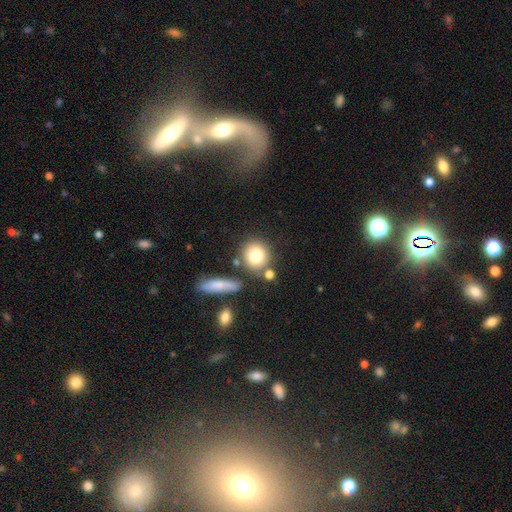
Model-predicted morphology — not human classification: type=smooth (78%); roundness=round (82%); merging=none (73%).